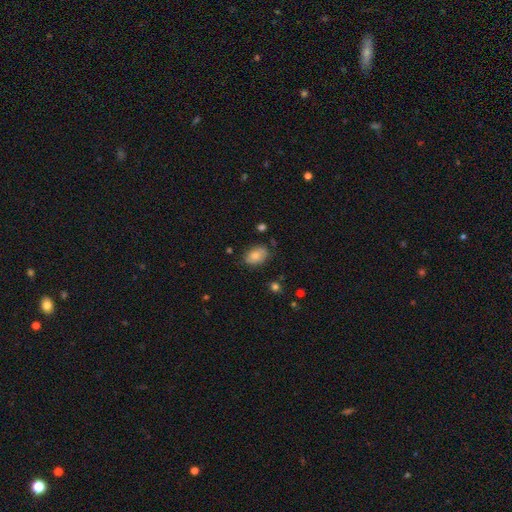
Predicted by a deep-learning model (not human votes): Smooth or featured? smooth (75%)
How rounded? in between (83%)
Merging? none (72%)